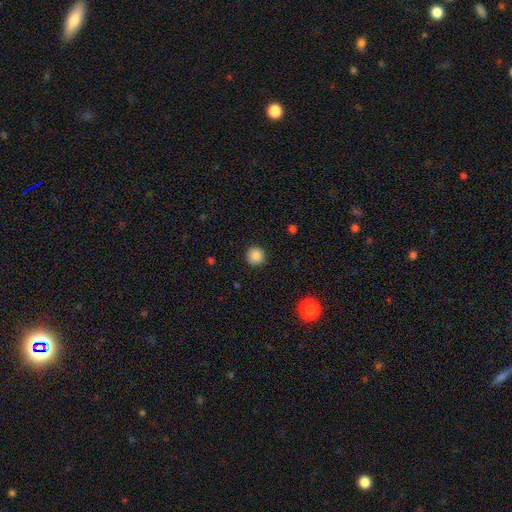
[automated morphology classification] Smooth or featured?
  - smooth: 86% *
  - star or artifact: 10%
  - featured or disk: 4%
How rounded?
  - round: 95% *
  - in between: 4%
  - cigar-shaped: 1%
Merging?
  - none: 91% *
  - minor disturbance: 6%
  - major disturbance: 2%
  - merger: 1%